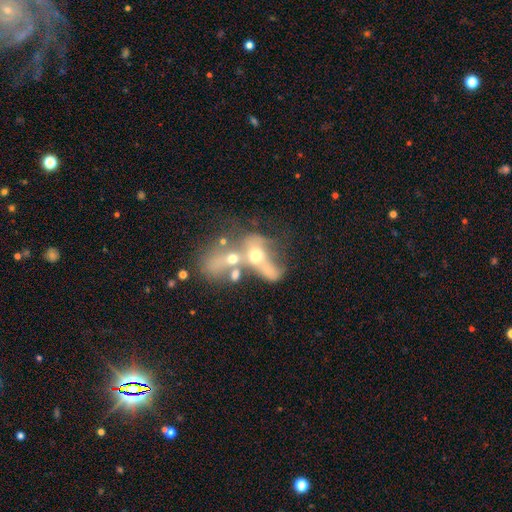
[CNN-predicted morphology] type=featured or disk (45%); merging=merger (65%).